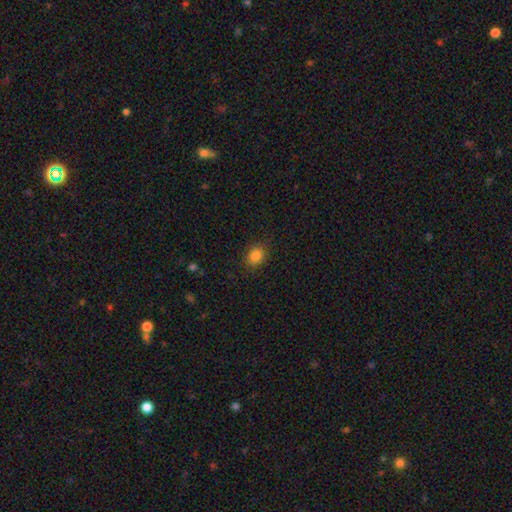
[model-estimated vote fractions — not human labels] This appears to be a smooth galaxy with no disk features (84%) that is round (52%). Merging: none (85%).